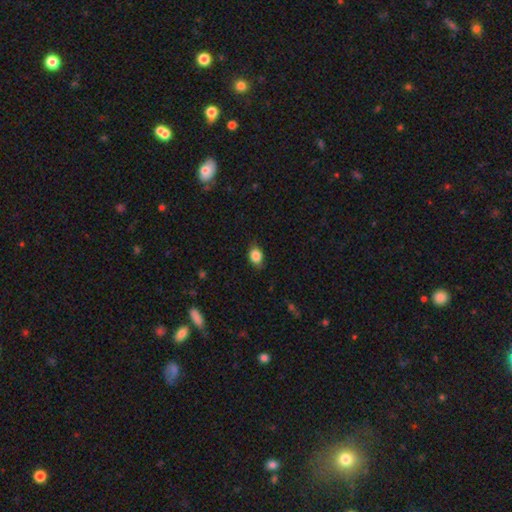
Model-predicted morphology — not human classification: Smooth or featured: smooth — 86% (star or artifact — 9%)
How rounded: in between — 66% (round — 33%)
Merging: none — 78% (minor disturbance — 18%)